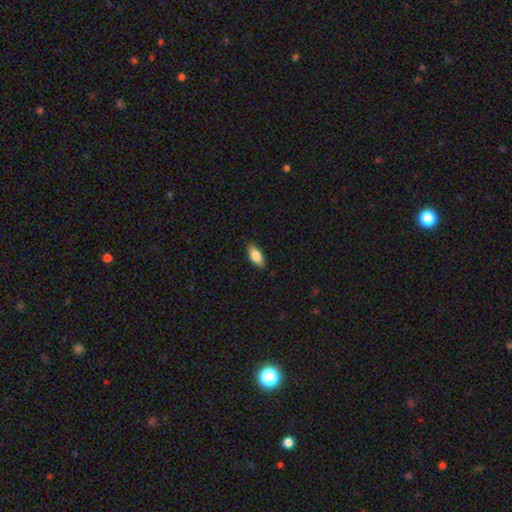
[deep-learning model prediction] This is clearly a smooth galaxy (80%). How rounded: clearly in between (86%). Merging: clearly none (86%).